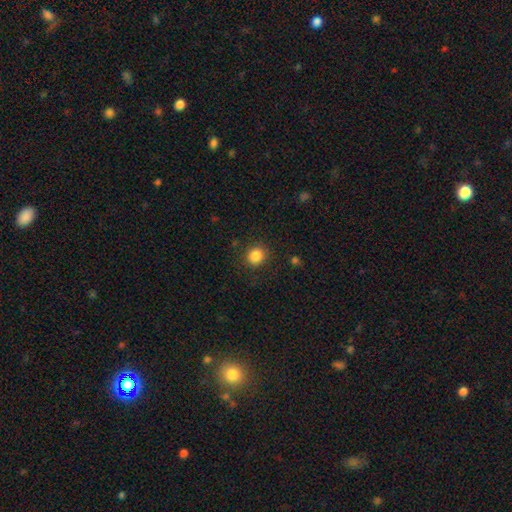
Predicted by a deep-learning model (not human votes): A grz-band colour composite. It shows a smooth galaxy with no disk features (85%) that is round (83%). Merging: none (87%).